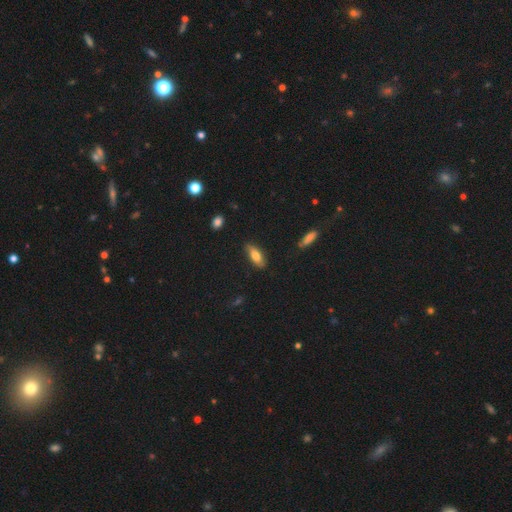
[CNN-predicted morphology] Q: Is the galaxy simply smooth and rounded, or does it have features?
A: smooth — 73%.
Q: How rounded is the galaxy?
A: in between — 71%.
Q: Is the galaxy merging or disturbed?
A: none — 75%.